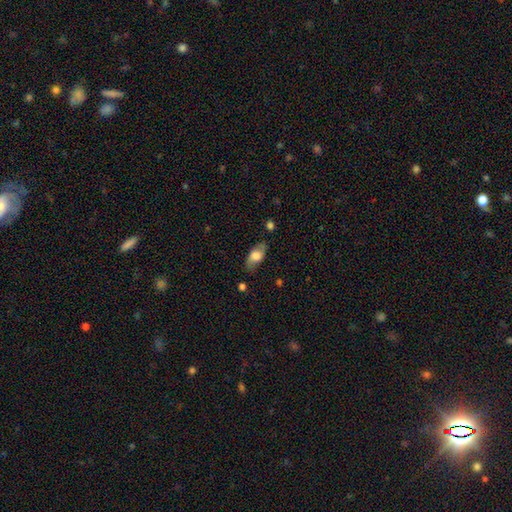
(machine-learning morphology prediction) smooth_or_featured: smooth (p=0.58) [alt: featured or disk p=0.35]
how_rounded: in between (p=0.85) [alt: cigar-shaped p=0.09]
merging: none (p=0.76) [alt: minor disturbance p=0.18]